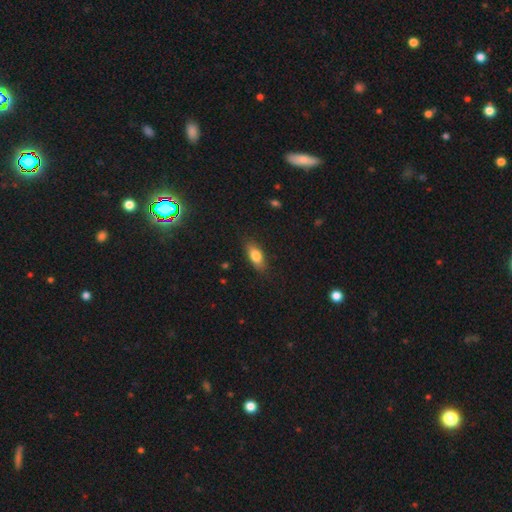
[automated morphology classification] smooth_or_featured: smooth (p=0.76) [alt: featured or disk p=0.16]
how_rounded: in between (p=0.76) [alt: cigar-shaped p=0.19]
merging: none (p=0.84) [alt: minor disturbance p=0.12]